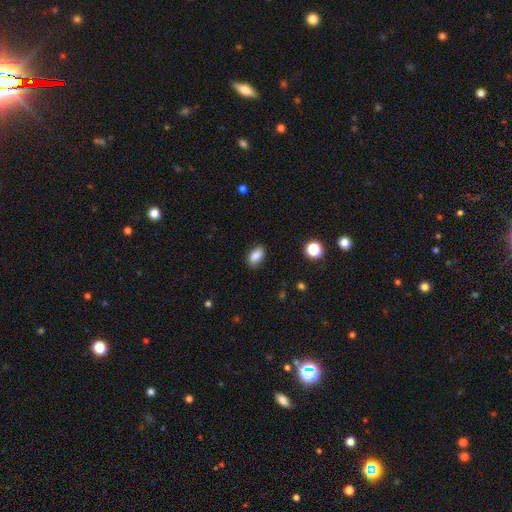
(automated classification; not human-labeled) Q: Smooth or featured?
A: smooth (86%); runner-up: star or artifact (8%)
Q: How rounded?
A: in between (90%); runner-up: round (8%)
Q: Merging?
A: none (85%); runner-up: minor disturbance (12%)